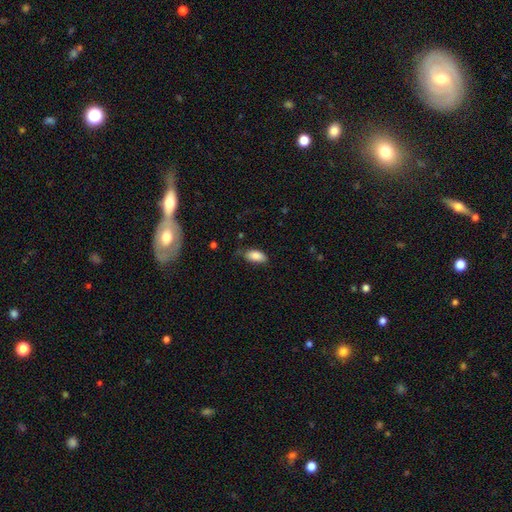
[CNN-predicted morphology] smooth_or_featured: smooth (p=0.87) [alt: star or artifact p=0.07]
how_rounded: in between (p=0.93) [alt: cigar-shaped p=0.04]
merging: none (p=0.68) [alt: minor disturbance p=0.26]